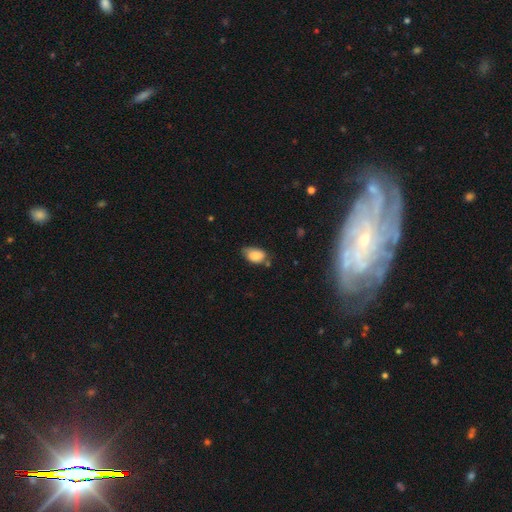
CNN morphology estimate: Q: Smooth or featured?
A: smooth (81%); runner-up: featured or disk (11%)
Q: How rounded?
A: in between (89%); runner-up: round (9%)
Q: Merging?
A: none (45%); runner-up: minor disturbance (39%)